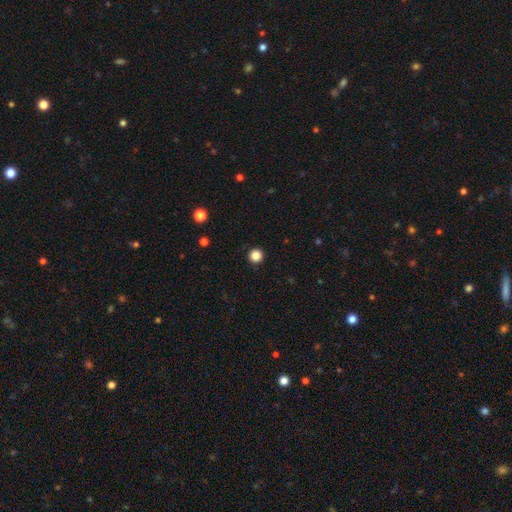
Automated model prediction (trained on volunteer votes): Smooth or featured? smooth (86%)
How rounded? round (96%)
Merging? none (93%)